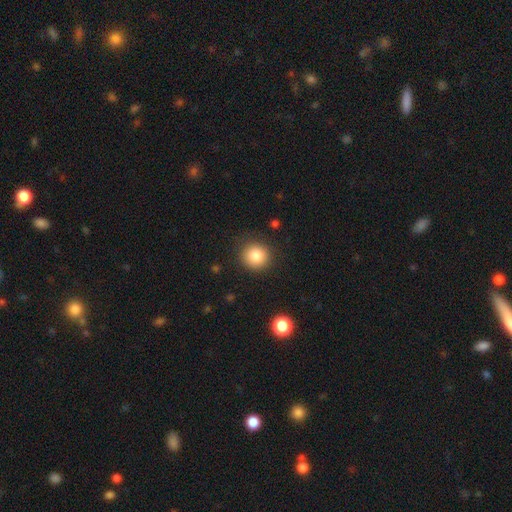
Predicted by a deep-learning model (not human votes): smooth-or-featured: smooth: 84% | star or artifact: 10% | featured or disk: 6%
  how-rounded: round: 92% | in between: 7% | cigar-shaped: 1%
  merging: none: 88% | minor disturbance: 8% | major disturbance: 3% | merger: 1%